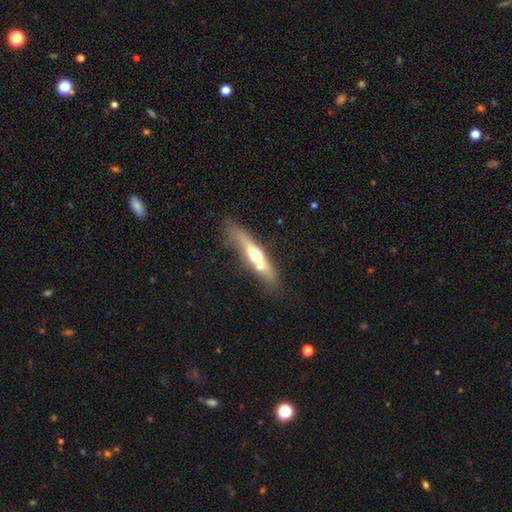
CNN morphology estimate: smooth-or-featured: featured or disk: 52% | smooth: 41% | star or artifact: 6%
  disk-edge-on: yes: 78% | no: 22%
  merging: none: 56% | minor disturbance: 18% | merger: 18% | major disturbance: 7%